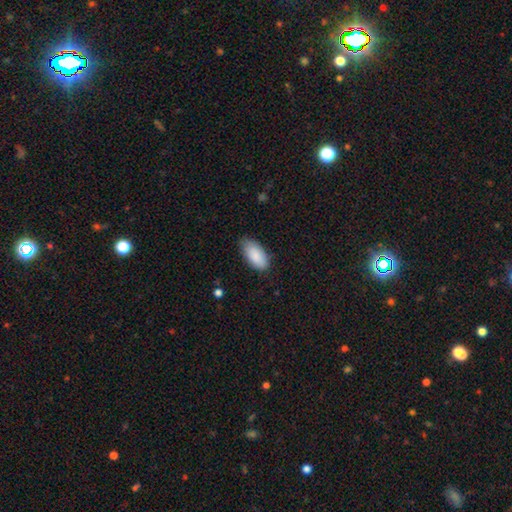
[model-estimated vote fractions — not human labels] This appears to be a smooth galaxy with no disk features (88%) that is in between round and cigar-shaped (93%). Merging: none (76%).